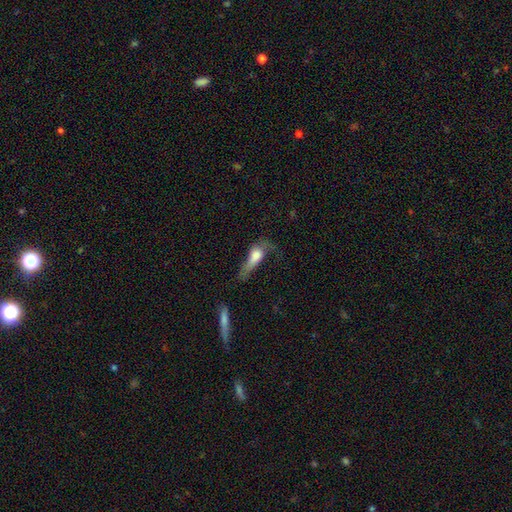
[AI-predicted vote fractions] Smooth or featured: smooth — 59% (featured or disk — 32%)
How rounded: in between — 54% (cigar-shaped — 38%)
Merging: major disturbance — 50% (minor disturbance — 23%)